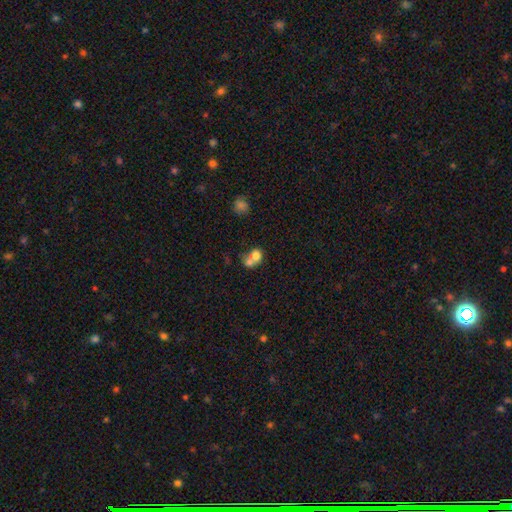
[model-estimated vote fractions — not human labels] smooth 70%, featured or disk 20%, star or artifact 10%. Down the decision tree: how rounded — round (61%); merging — merger (68%).